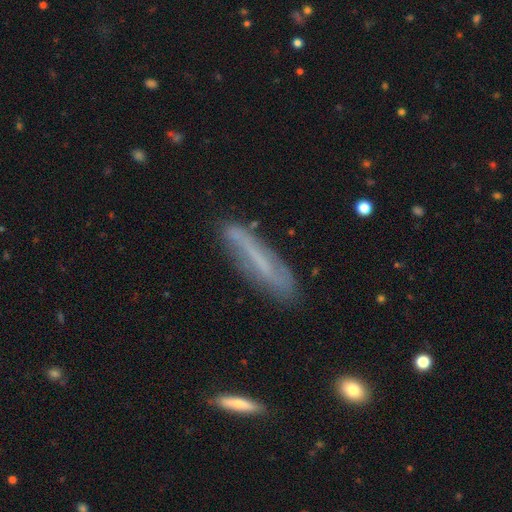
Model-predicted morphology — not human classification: A featured or disk galaxy (46%).

Vote fractions:
- Smooth or featured? featured or disk: 46% / smooth: 42% / star or artifact: 11%
- Merging? none: 79% / minor disturbance: 15% / major disturbance: 4% / merger: 2%